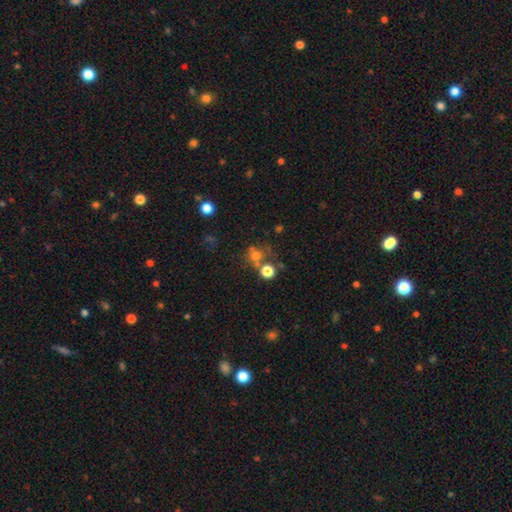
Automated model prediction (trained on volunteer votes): Smooth or featured? smooth (63%)
How rounded? round (85%)
Merging? none (52%)